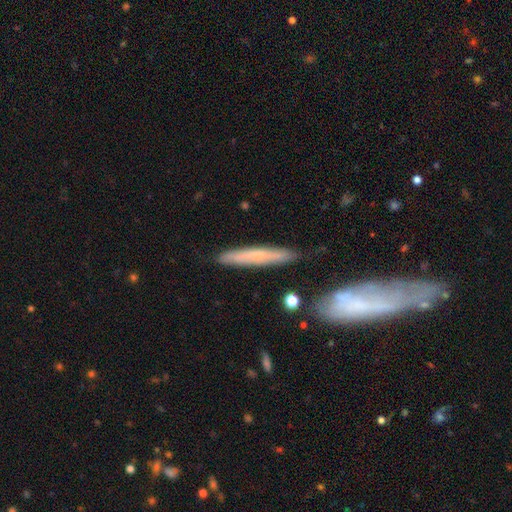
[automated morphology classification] A smooth galaxy with no disk features (54%) that is cigar-shaped (92%). Merging: none (82%).